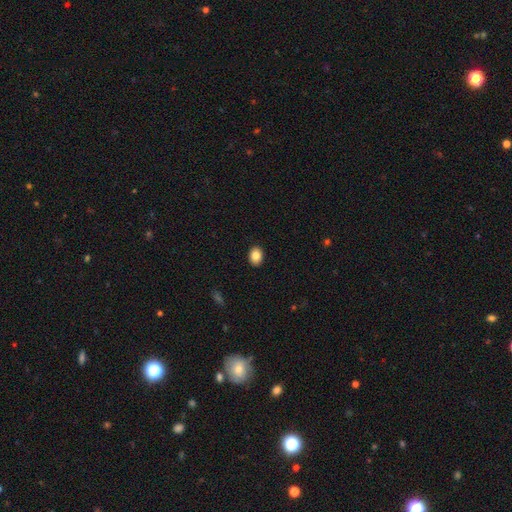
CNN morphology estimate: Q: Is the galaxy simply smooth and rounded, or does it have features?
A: smooth — 85%.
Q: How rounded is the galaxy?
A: in between — 67%.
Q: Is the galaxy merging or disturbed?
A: none — 91%.